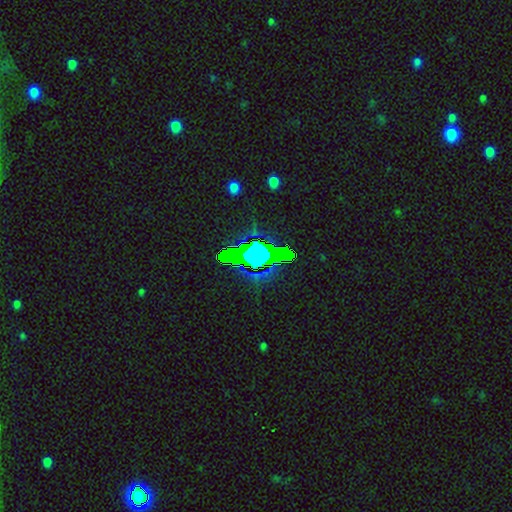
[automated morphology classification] The model was most divided on "smooth or featured": star or artifact: 70%, smooth: 17%, featured or disk: 13%.